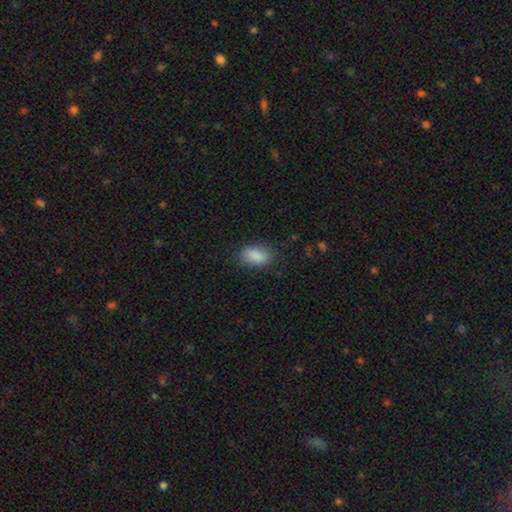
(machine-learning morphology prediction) smooth_or_featured: smooth (p=0.88) [alt: star or artifact p=0.07]
how_rounded: in between (p=0.90) [alt: round p=0.07]
merging: none (p=0.80) [alt: minor disturbance p=0.15]